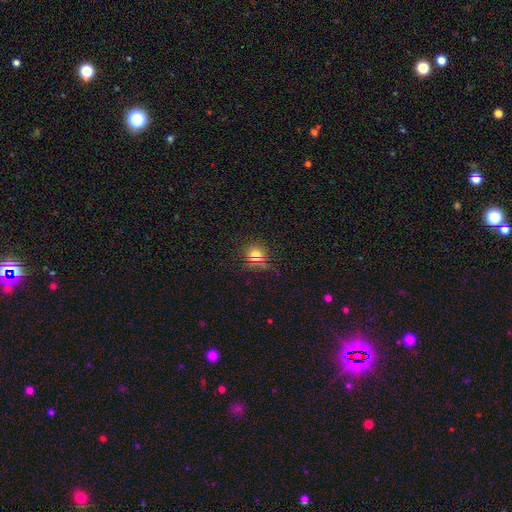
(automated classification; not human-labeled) Smooth or featured: smooth — 58% (star or artifact — 32%)
How rounded: round — 89% (in between — 9%)
Merging: none — 84% (minor disturbance — 9%)